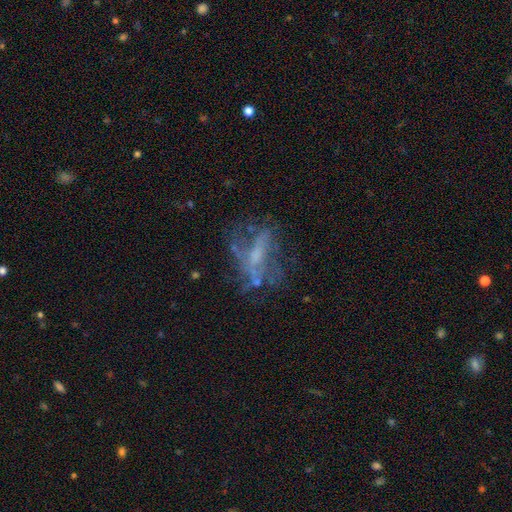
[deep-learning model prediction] Overall: featured or disk (63%). Edge-on disk: no (86%). Bar: no (51%; weak 31%). Spiral arms: no (63%; yes 37%). Bulge size: small (38%; none 34%). Merging: none (48%; major disturbance 29%).